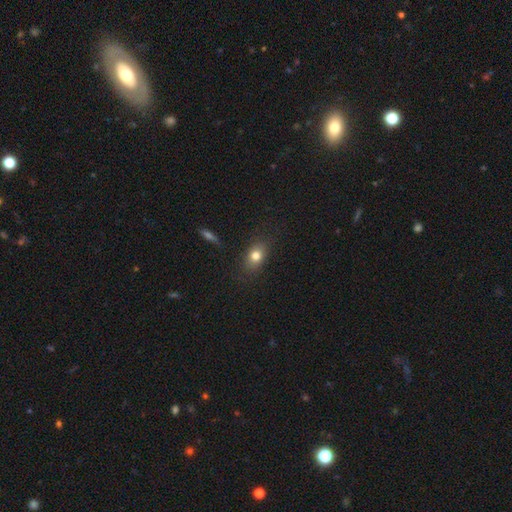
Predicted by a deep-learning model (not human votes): Smooth or featured? smooth (78%)
How rounded? in between (69%)
Merging? none (82%)